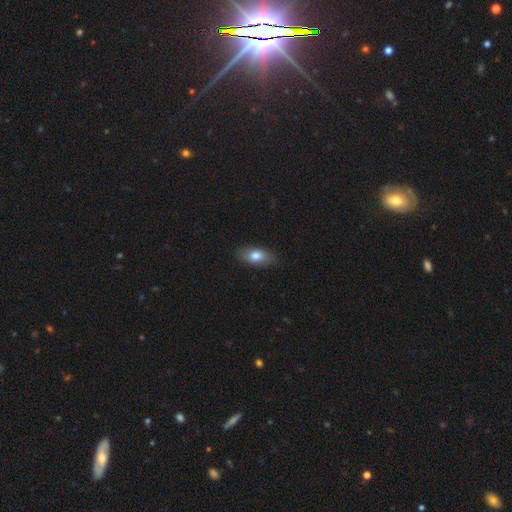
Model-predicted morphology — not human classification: Q: Smooth or featured?
A: smooth (78%); runner-up: featured or disk (15%)
Q: How rounded?
A: in between (86%); runner-up: cigar-shaped (9%)
Q: Merging?
A: none (85%); runner-up: minor disturbance (12%)